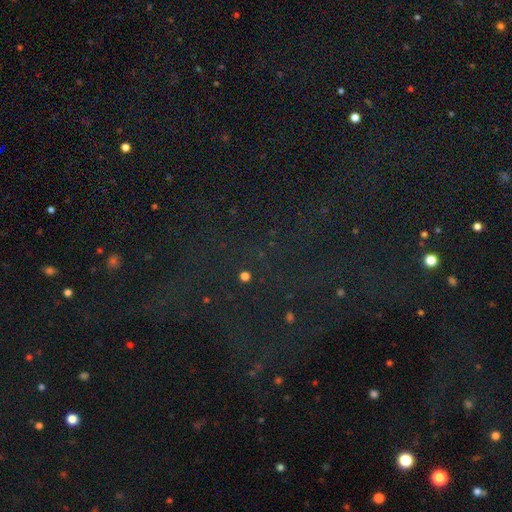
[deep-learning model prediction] A star or artifact, not a galaxy (77%).

Vote fractions:
- Smooth or featured? star or artifact: 77% / smooth: 13% / featured or disk: 10%